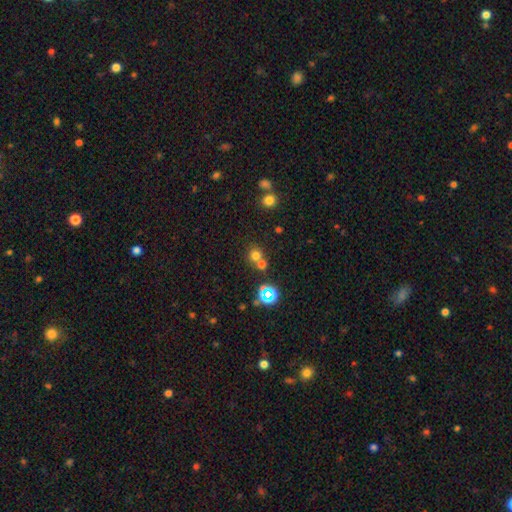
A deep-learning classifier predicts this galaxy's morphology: This appears to be a smooth galaxy with no disk features (68%) that is round (87%). Merging: none (55%).